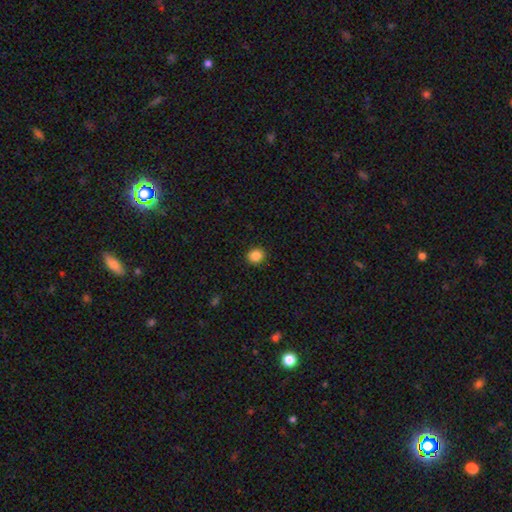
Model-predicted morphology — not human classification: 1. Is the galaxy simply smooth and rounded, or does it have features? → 86% smooth, 10% star or artifact, 4% featured or disk.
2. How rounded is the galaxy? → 82% round, 17% in between, 1% cigar-shaped.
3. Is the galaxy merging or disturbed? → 92% none, 6% minor disturbance, 2% major disturbance, 1% merger.